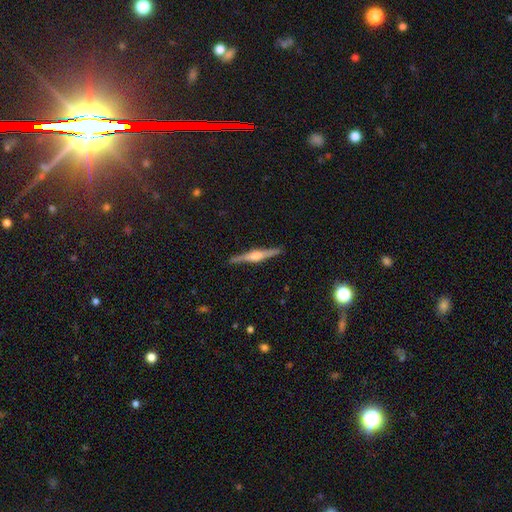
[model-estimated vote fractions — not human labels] Morphology: type=featured or disk (81%); edge-on=yes (98%); edge-on bulge=rounded (82%); merging=none (91%).